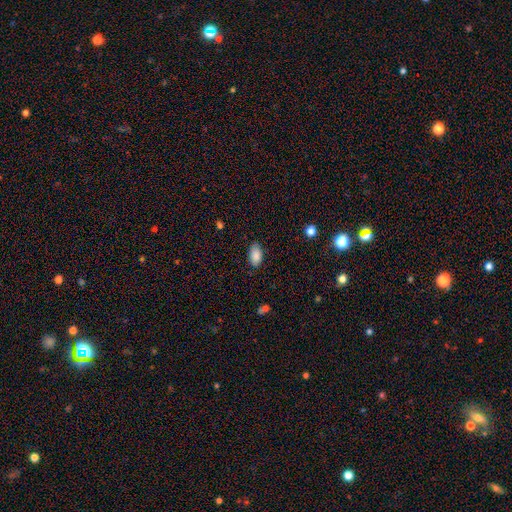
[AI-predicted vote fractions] Morphology: type=smooth (87%); roundness=in between (94%); merging=none (80%).